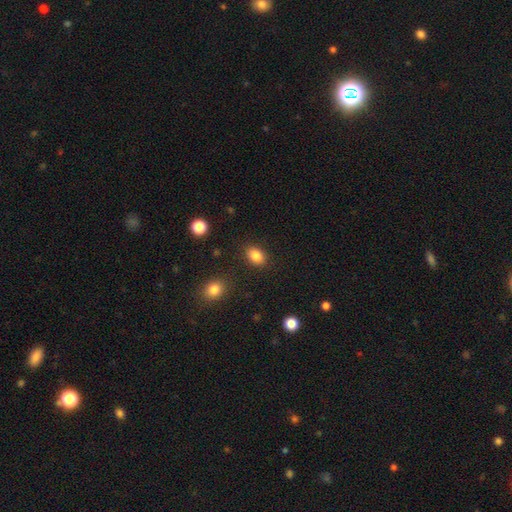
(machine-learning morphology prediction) Smooth or featured?
  - smooth: 85% *
  - star or artifact: 9%
  - featured or disk: 5%
How rounded?
  - in between: 72% *
  - round: 27%
  - cigar-shaped: 1%
Merging?
  - none: 87% *
  - minor disturbance: 9%
  - major disturbance: 3%
  - merger: 2%